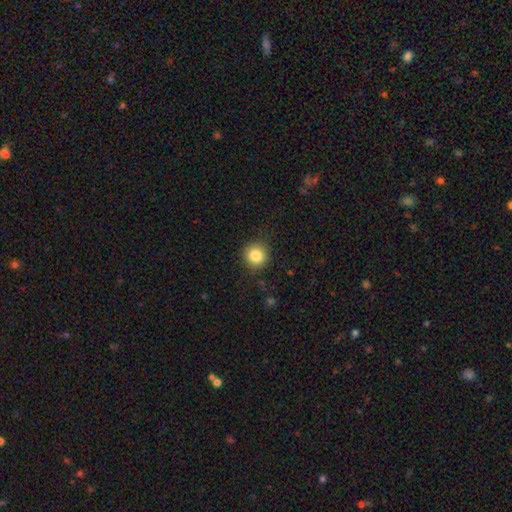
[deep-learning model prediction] smooth 84%, star or artifact 10%, featured or disk 6%. Down the decision tree: how rounded — round (93%); merging — none (88%).